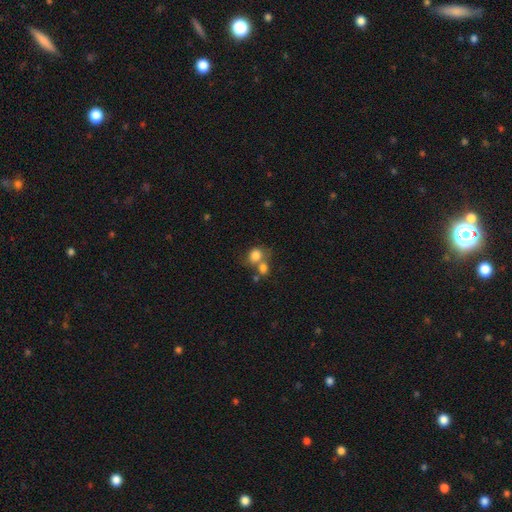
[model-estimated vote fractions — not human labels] Q: Smooth or featured?
A: smooth (80%); runner-up: star or artifact (11%)
Q: How rounded?
A: round (67%); runner-up: in between (32%)
Q: Merging?
A: merger (46%); runner-up: none (37%)